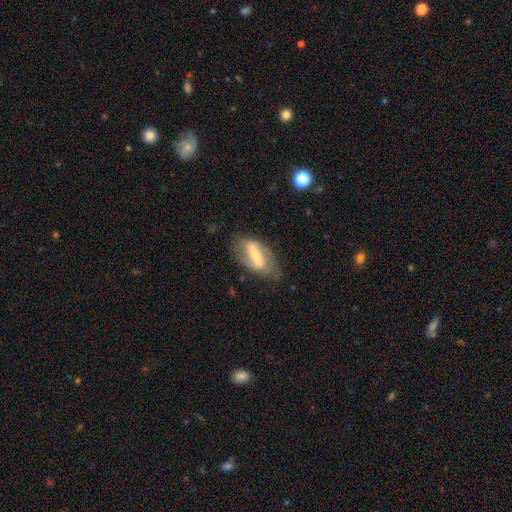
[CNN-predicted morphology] Q: Smooth or featured?
A: featured or disk (69%); runner-up: smooth (25%)
Q: Edge-on disk?
A: no (90%); runner-up: yes (10%)
Q: Bar?
A: strong (62%); runner-up: weak (27%)
Q: Spiral arms?
A: yes (71%); runner-up: no (29%)
Q: Bulge size?
A: small (49%); runner-up: moderate (44%)
Q: Merging?
A: none (65%); runner-up: minor disturbance (23%)